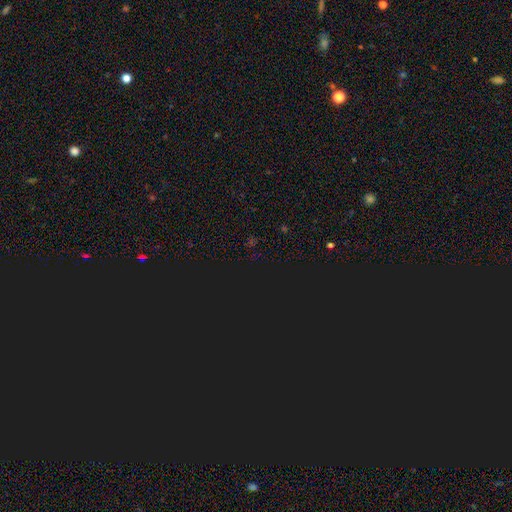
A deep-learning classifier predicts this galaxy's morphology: Q: Smooth or featured?
A: star or artifact (76%); runner-up: smooth (17%)